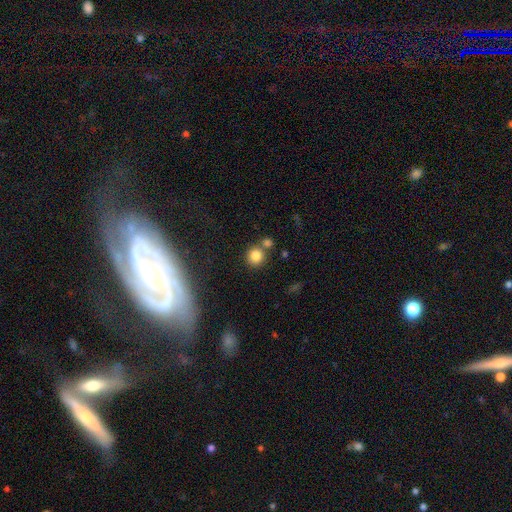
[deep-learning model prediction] Smooth or featured? smooth (82%)
How rounded? round (89%)
Merging? none (67%)